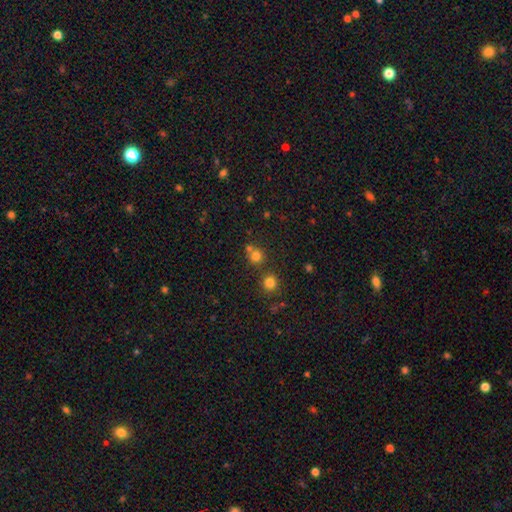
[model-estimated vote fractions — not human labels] smooth 75%, star or artifact 18%, featured or disk 7%. Down the decision tree: how rounded — round (90%); merging — none (65%).